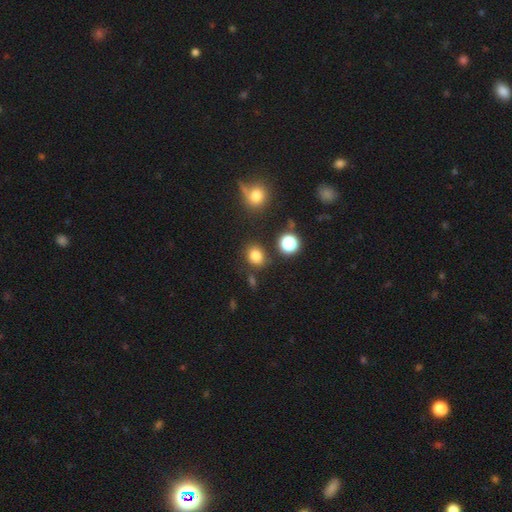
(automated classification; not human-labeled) Smooth or featured? smooth (80%)
How rounded? round (62%)
Merging? none (80%)